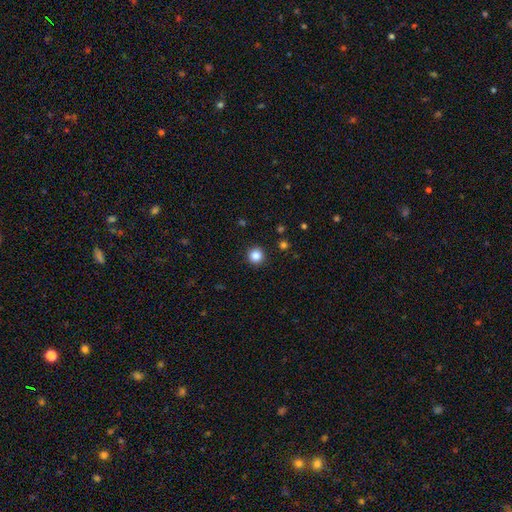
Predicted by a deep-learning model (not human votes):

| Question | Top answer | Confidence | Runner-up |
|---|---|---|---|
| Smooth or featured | smooth | 84% | star or artifact (12%) |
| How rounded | round | 95% | in between (4%) |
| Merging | none | 93% | minor disturbance (4%) |